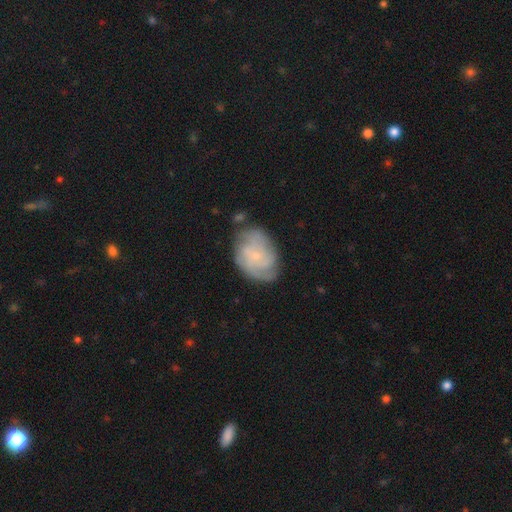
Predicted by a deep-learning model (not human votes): This appears to be a featured or disk galaxy (70%) with no bar (73%), tight (51%) spiral arms (88%) and a small central bulge (81%). Merging: none (63%).